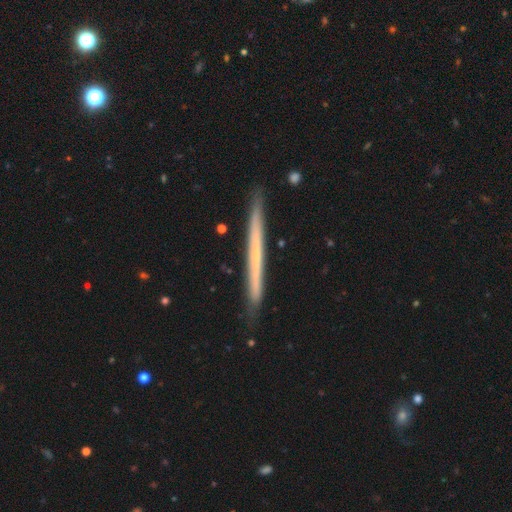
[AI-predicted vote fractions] Q: Smooth or featured?
A: featured or disk (53%); runner-up: smooth (41%)
Q: Edge-on disk?
A: yes (97%); runner-up: no (3%)
Q: Edge-on bulge?
A: none (91%); runner-up: rounded (6%)
Q: Merging?
A: none (88%); runner-up: minor disturbance (9%)